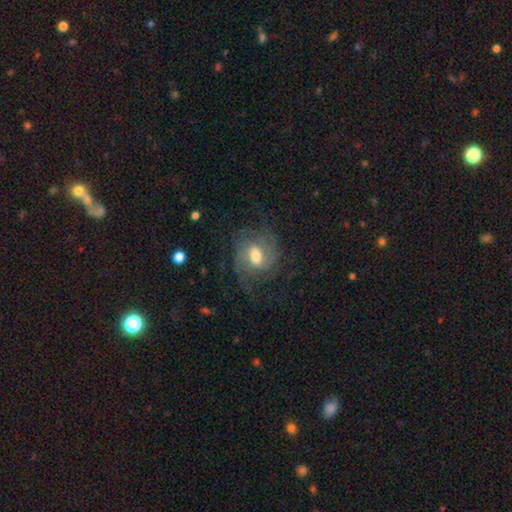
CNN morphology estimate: type=featured or disk (76%); edge-on=no (96%); bar=weak (54%); spiral arms=yes (90%); winding=medium (43%); arm count=2 (32%, tied with can't tell); bulge=moderate (65%); merging=none (61%).